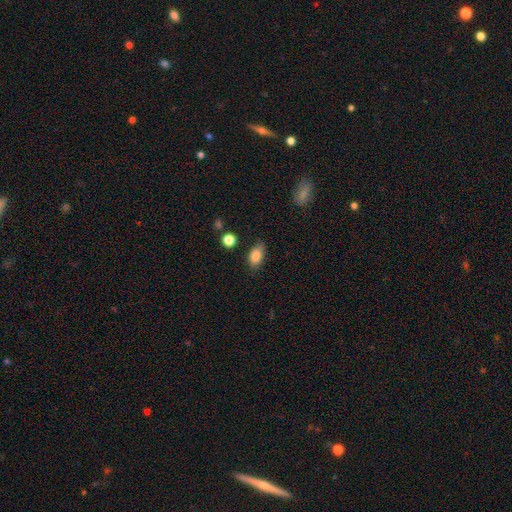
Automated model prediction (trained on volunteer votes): Smooth or featured: smooth — 84% (star or artifact — 8%)
How rounded: in between — 87% (round — 10%)
Merging: none — 74% (minor disturbance — 20%)